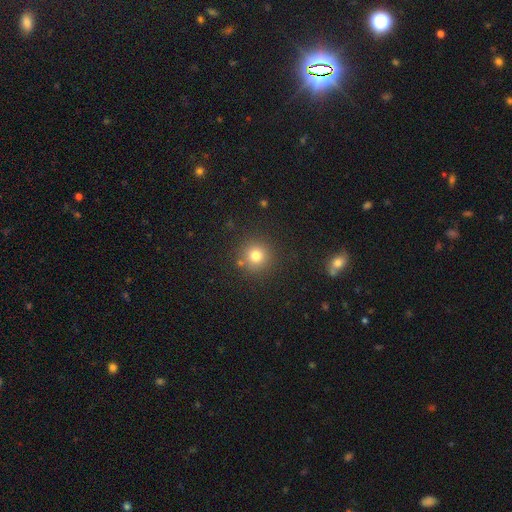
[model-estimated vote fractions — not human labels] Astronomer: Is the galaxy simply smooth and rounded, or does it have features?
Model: smooth — 77%.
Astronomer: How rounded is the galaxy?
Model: round — 94%.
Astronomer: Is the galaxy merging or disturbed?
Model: none — 84%.